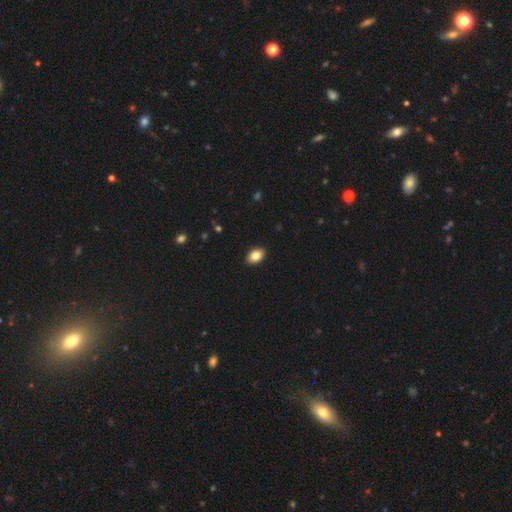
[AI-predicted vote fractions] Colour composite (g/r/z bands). It shows a smooth galaxy with no disk features (85%) that is in between round and cigar-shaped (84%). Merging: none (91%).